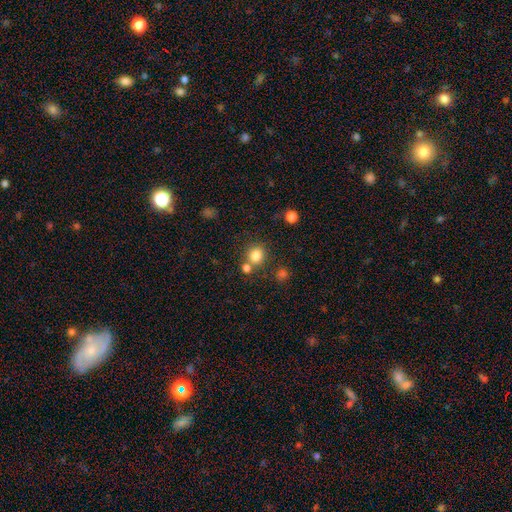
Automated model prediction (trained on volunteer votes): Morphology: type=smooth (81%); roundness=round (79%); merging=none (68%).